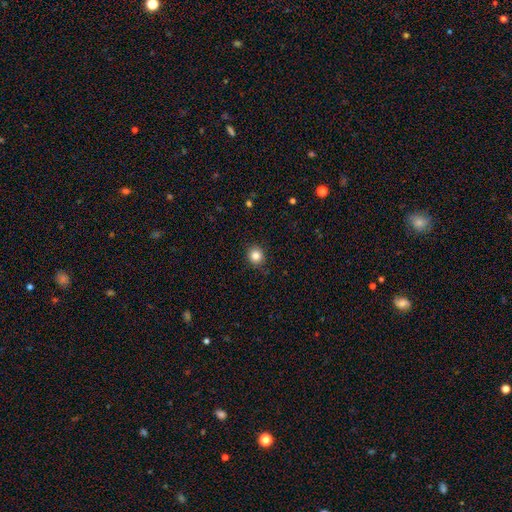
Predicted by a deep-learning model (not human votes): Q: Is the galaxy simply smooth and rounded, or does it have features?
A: smooth — 84%.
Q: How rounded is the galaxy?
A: round — 81%.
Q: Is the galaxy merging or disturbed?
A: none — 87%.